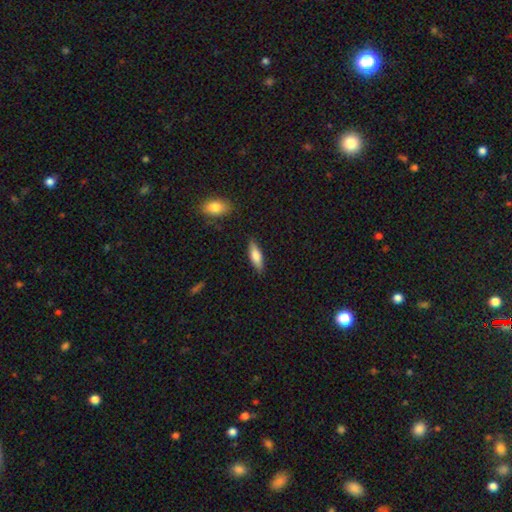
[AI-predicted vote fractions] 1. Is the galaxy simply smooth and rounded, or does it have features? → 75% smooth, 19% featured or disk, 6% star or artifact.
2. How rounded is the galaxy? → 49% cigar-shaped (tied), 49% in between (tied), 2% round.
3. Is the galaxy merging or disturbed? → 84% none, 12% minor disturbance, 2% major disturbance, 2% merger.